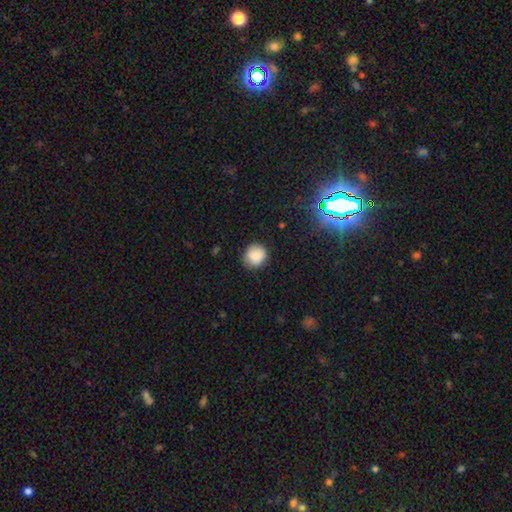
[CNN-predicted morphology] This is clearly a smooth galaxy (87%). How rounded: clearly round (85%). Merging: clearly none (85%).